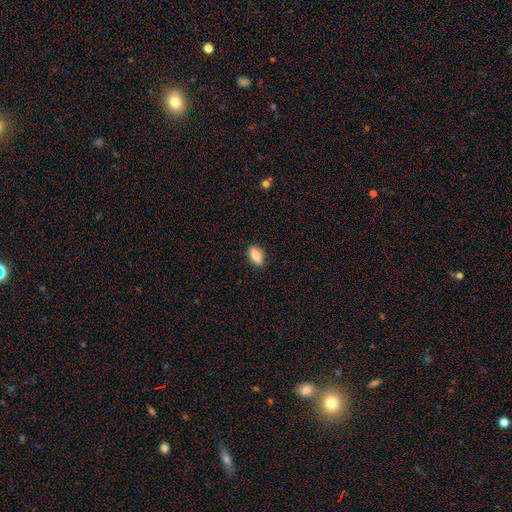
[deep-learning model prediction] Q: Smooth or featured?
A: smooth (84%); runner-up: featured or disk (9%)
Q: How rounded?
A: in between (85%); runner-up: cigar-shaped (10%)
Q: Merging?
A: none (87%); runner-up: minor disturbance (10%)